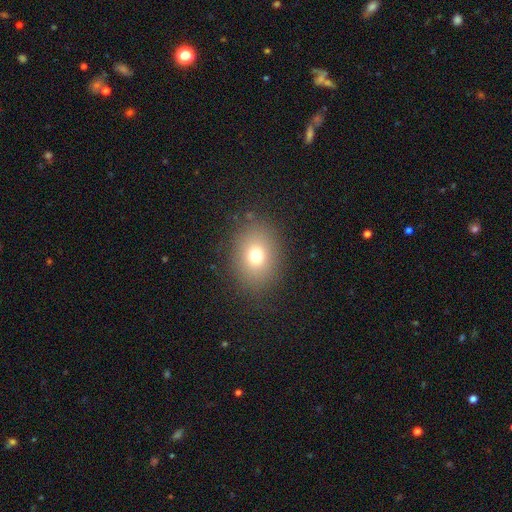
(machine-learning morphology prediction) This appears to be a smooth galaxy with no disk features (75%) that is in between round and cigar-shaped (58%). Merging: none (85%).